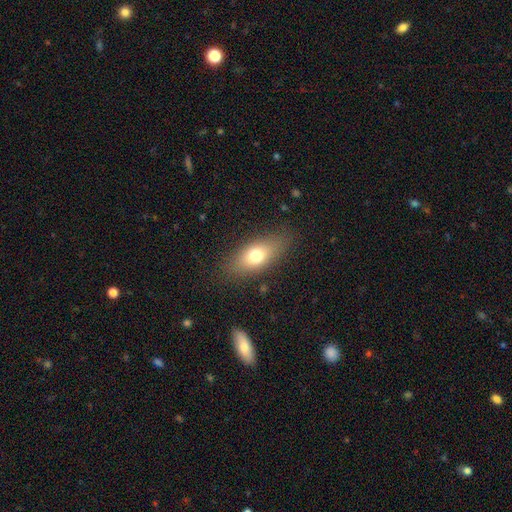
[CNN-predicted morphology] Q: Smooth or featured?
A: smooth (71%); runner-up: featured or disk (19%)
Q: How rounded?
A: in between (77%); runner-up: cigar-shaped (16%)
Q: Merging?
A: none (82%); runner-up: minor disturbance (12%)